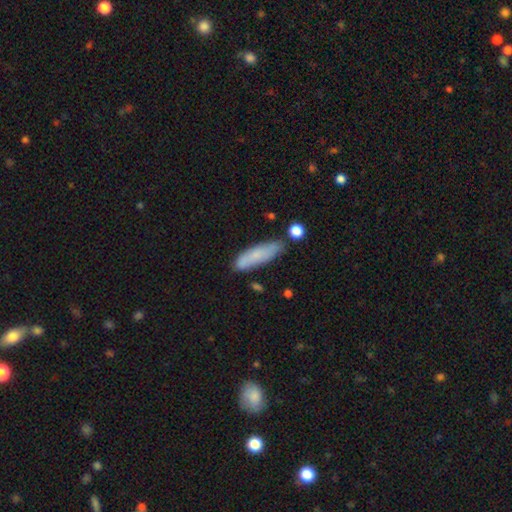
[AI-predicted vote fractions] smooth_or_featured: smooth (p=0.73) [alt: featured or disk p=0.20]
how_rounded: cigar-shaped (p=0.62) [alt: in between p=0.36]
merging: none (p=0.75) [alt: minor disturbance p=0.16]